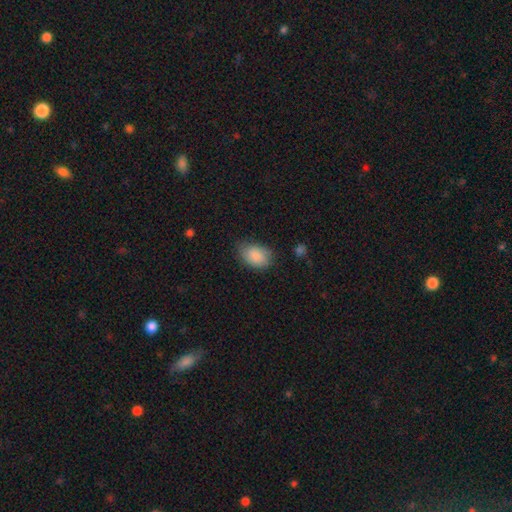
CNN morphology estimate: This is clearly a smooth galaxy (87%). How rounded: clearly in between (86%). Merging: likely none (71%).